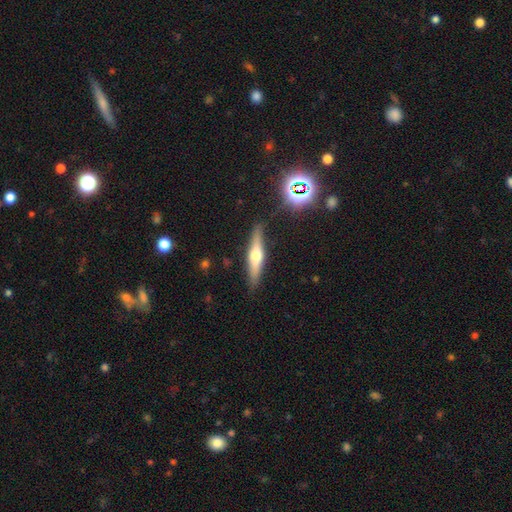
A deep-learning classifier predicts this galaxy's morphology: smooth_or_featured: featured or disk (p=0.55) [alt: smooth p=0.38]
disk_edge_on: yes (p=0.93) [alt: no p=0.07]
edge_on_bulge: rounded (p=0.91) [alt: none p=0.05]
merging: none (p=0.85) [alt: minor disturbance p=0.10]